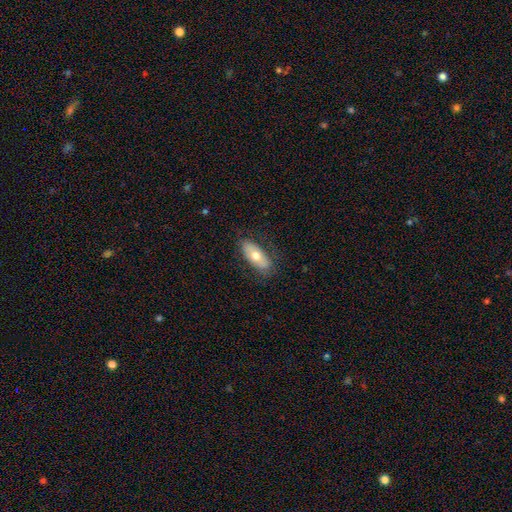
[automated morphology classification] Q: Smooth or featured?
A: smooth (63%); runner-up: featured or disk (31%)
Q: How rounded?
A: in between (84%); runner-up: cigar-shaped (13%)
Q: Merging?
A: none (80%); runner-up: minor disturbance (15%)